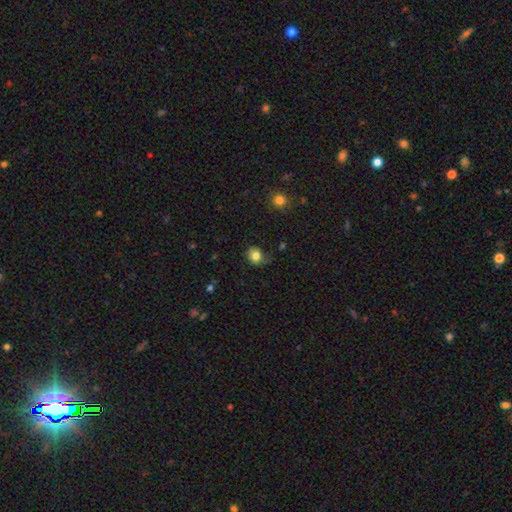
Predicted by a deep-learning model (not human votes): Smooth or featured: smooth — 81% (star or artifact — 10%)
How rounded: round — 68% (in between — 31%)
Merging: none — 60% (minor disturbance — 28%)